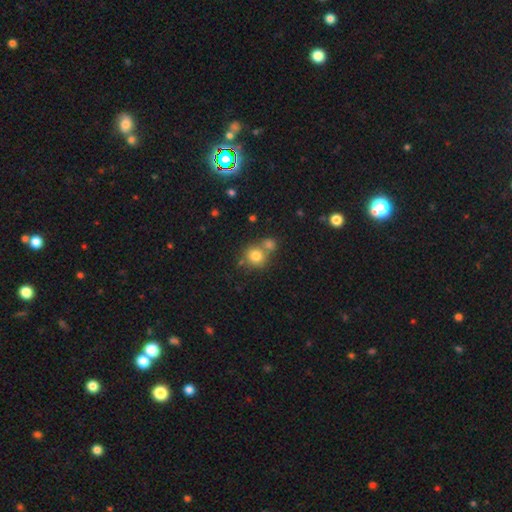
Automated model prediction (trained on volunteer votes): The model was most divided on "merging": none: 52%, merger: 36%, minor disturbance: 9%, major disturbance: 3%. More confident: how rounded — round (86%); smooth or featured — smooth (79%).